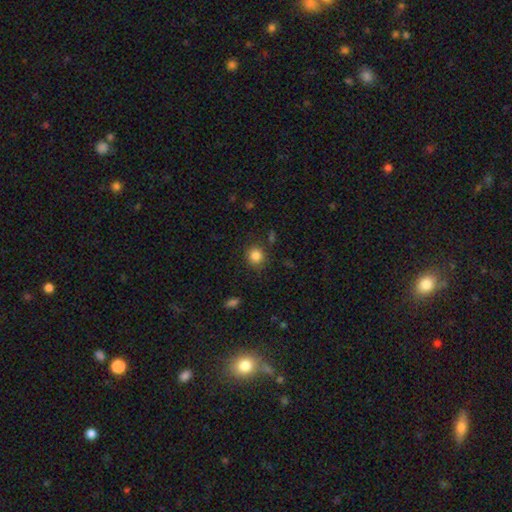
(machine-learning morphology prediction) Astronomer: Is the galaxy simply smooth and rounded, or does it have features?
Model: smooth — 85%.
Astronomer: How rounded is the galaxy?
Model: round — 88%.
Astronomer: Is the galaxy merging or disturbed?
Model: none — 85%.